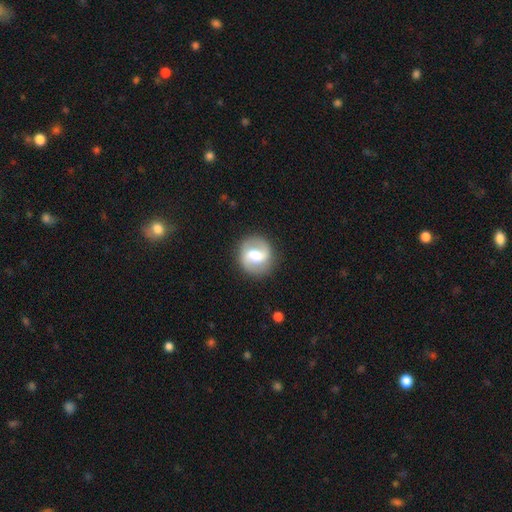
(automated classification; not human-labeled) Morphology: type=featured or disk (72%); edge-on=no (97%); bar=weak (47%); spiral arms=yes (87%); winding=medium (47%); arm count=2 (89%); bulge=moderate (58%); merging=none (85%).